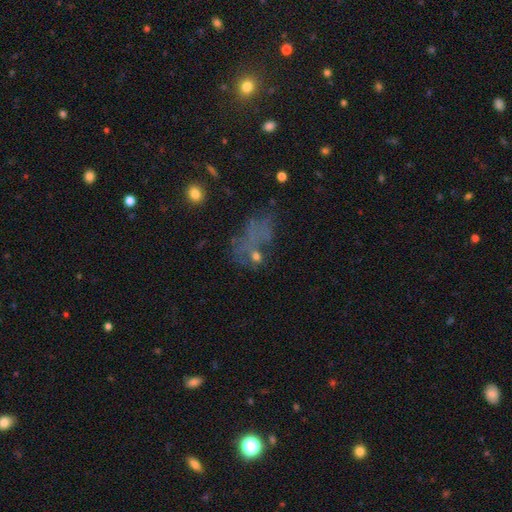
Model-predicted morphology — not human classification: smooth_or_featured: smooth (p=0.41) [alt: featured or disk p=0.33]
merging: major disturbance (p=0.36) [alt: none p=0.34]